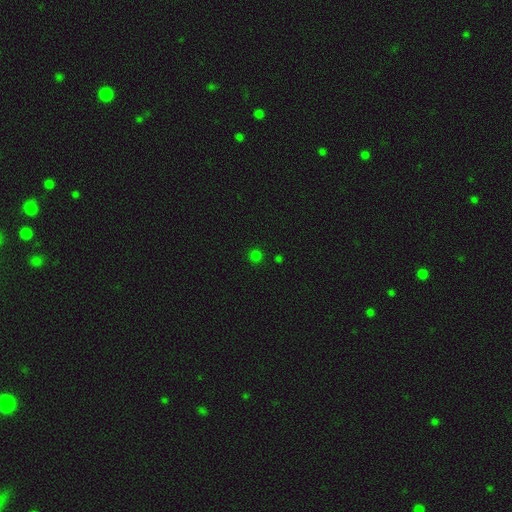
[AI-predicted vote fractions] This appears to be a smooth galaxy with no disk features (75%) that is round (94%). Merging: none (90%).